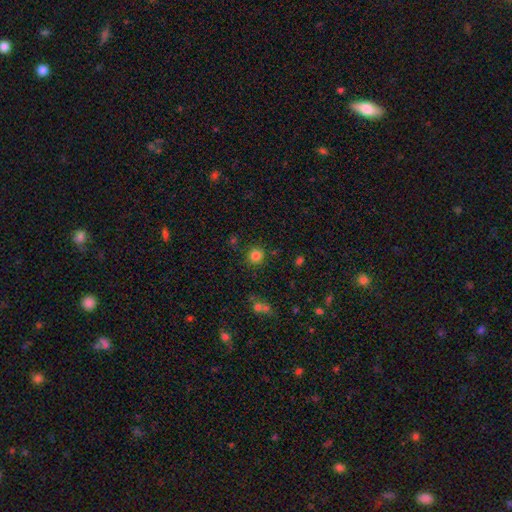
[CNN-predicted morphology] This appears to be a smooth galaxy with no disk features (82%) that is round (92%). Merging: none (86%).